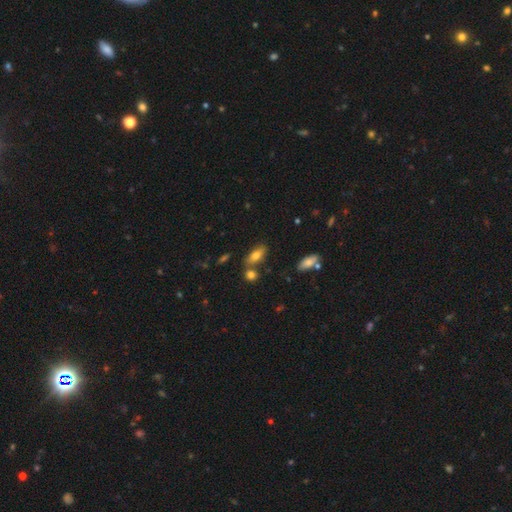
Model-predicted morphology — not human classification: smooth-or-featured: smooth: 73% | featured or disk: 18% | star or artifact: 9%
  how-rounded: in between: 80% | cigar-shaped: 16% | round: 4%
  merging: none: 69% | merger: 14% | minor disturbance: 14% | major disturbance: 3%